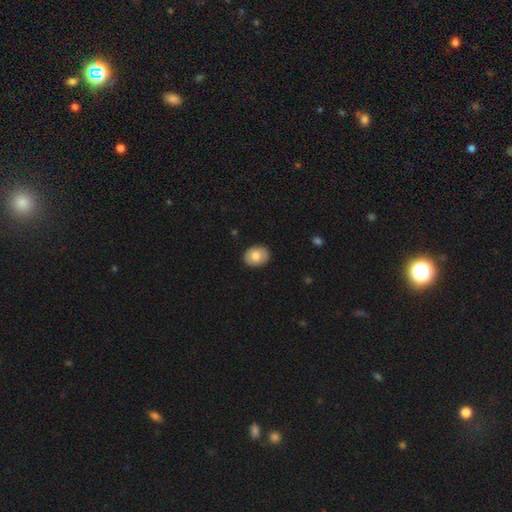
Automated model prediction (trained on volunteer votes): smooth_or_featured: smooth (p=0.77) [alt: featured or disk p=0.16]
how_rounded: in between (p=0.59) [alt: round p=0.41]
merging: none (p=0.89) [alt: minor disturbance p=0.08]